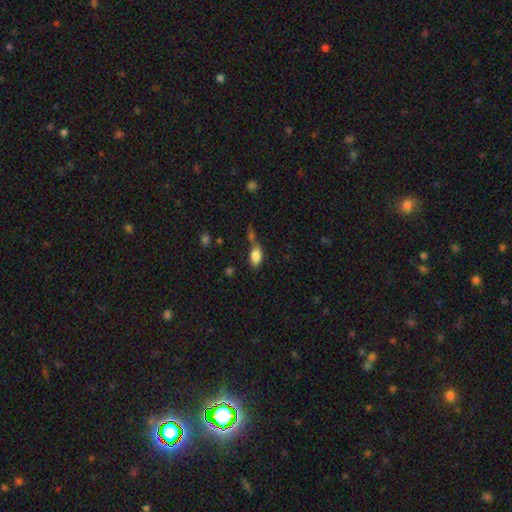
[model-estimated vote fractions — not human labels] A smooth galaxy with no disk features (83%) that is in between round and cigar-shaped (90%). Merging: none (45%).